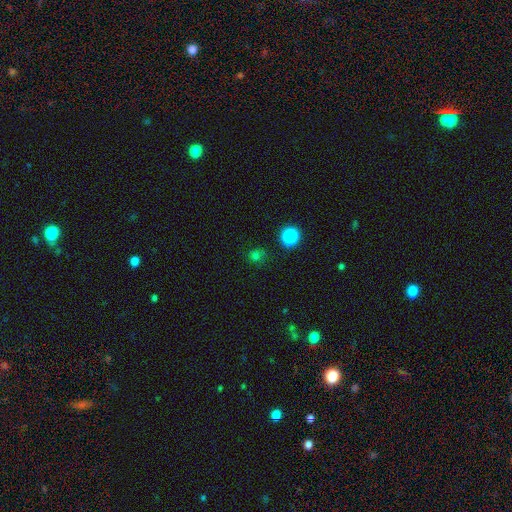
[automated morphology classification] This is likely a smooth galaxy (65%). How rounded: clearly round (85%). Merging: likely none (75%).